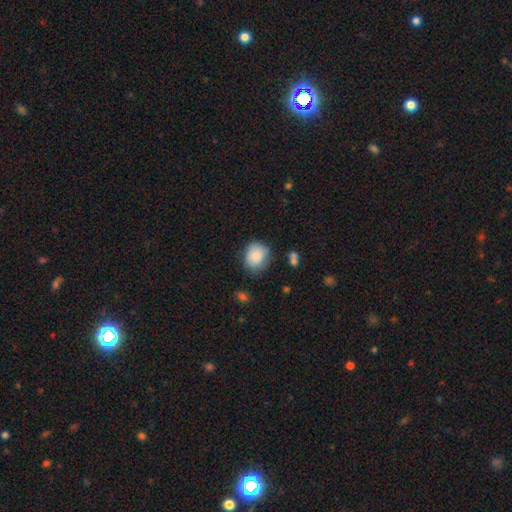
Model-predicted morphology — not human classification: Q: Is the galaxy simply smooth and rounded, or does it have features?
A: smooth — 85%.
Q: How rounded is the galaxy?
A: round — 70%.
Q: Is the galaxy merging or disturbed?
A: none — 69%.